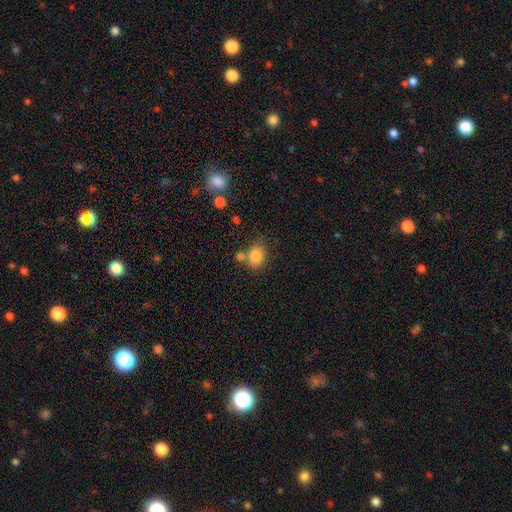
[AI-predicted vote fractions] Morphology: type=smooth (84%); roundness=in between (50%); merging=none (59%).